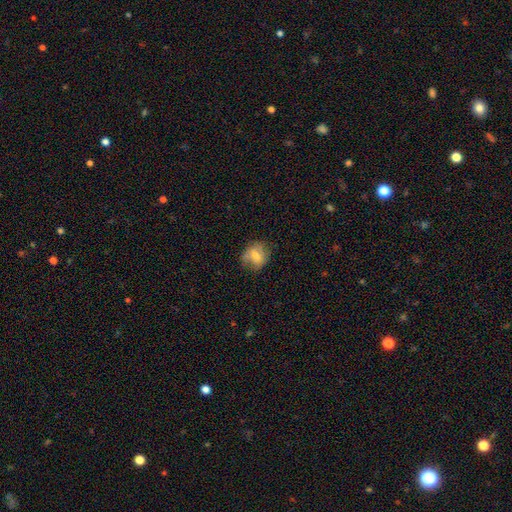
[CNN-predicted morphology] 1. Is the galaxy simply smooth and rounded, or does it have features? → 64% smooth, 27% featured or disk, 9% star or artifact.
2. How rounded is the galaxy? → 62% round, 36% in between, 2% cigar-shaped.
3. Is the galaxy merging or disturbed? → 63% none, 24% minor disturbance, 8% major disturbance, 4% merger.